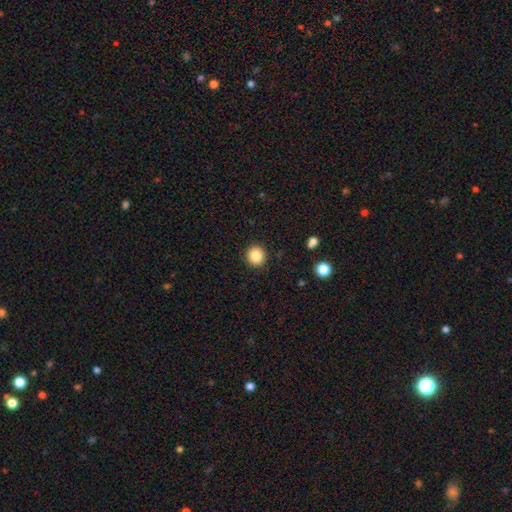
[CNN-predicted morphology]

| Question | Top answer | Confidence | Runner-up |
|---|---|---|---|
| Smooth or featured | smooth | 85% | star or artifact (10%) |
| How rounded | round | 90% | in between (9%) |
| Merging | none | 92% | minor disturbance (5%) |